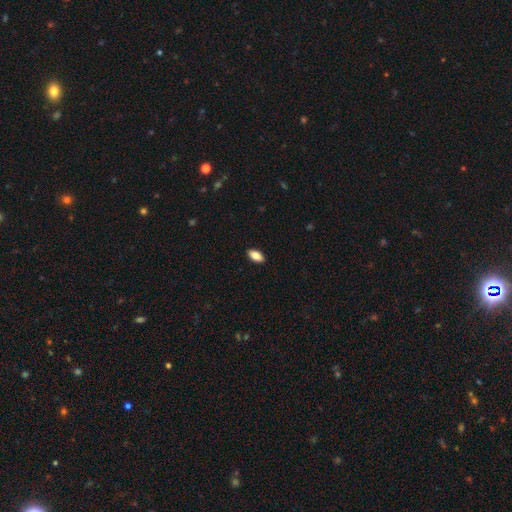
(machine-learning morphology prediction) Smooth or featured? smooth (84%)
How rounded? in between (90%)
Merging? none (90%)